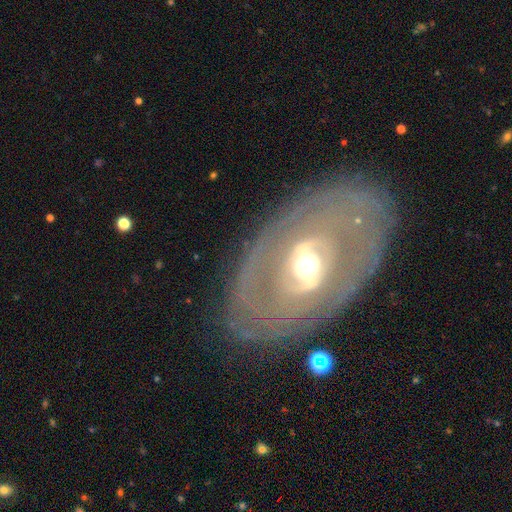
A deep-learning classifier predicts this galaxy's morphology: type=featured or disk (76%); edge-on=no (92%); bar=no (48%); spiral arms=yes (54%); bulge=moderate (69%); merging=none (80%).